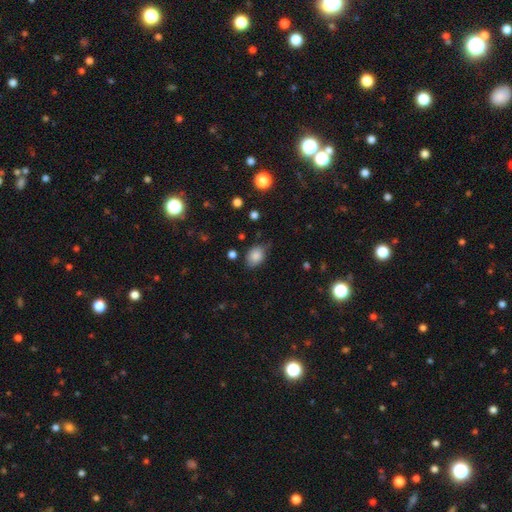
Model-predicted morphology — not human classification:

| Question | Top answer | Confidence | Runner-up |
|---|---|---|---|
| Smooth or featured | smooth | 85% | star or artifact (9%) |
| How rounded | in between | 69% | round (30%) |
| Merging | none | 68% | minor disturbance (24%) |